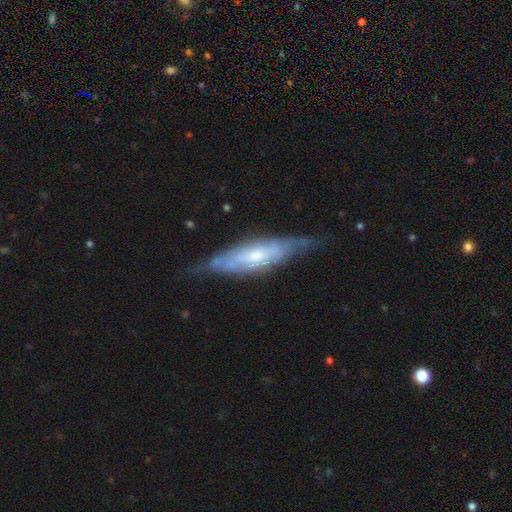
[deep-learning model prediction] smooth-or-featured: featured or disk: 67% | smooth: 27% | star or artifact: 6%
  disk-edge-on: no: 52% | yes: 48%
  merging: none: 60% | minor disturbance: 28% | major disturbance: 9% | merger: 2%